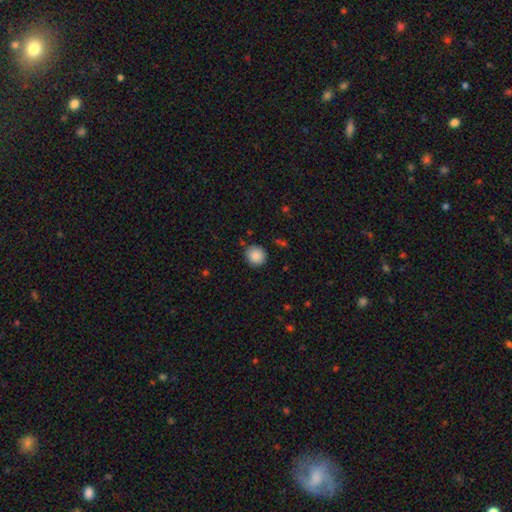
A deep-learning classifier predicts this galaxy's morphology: smooth-or-featured: smooth: 88% | star or artifact: 8% | featured or disk: 4%
  how-rounded: round: 91% | in between: 8% | cigar-shaped: 1%
  merging: none: 86% | minor disturbance: 10% | major disturbance: 2% | merger: 2%